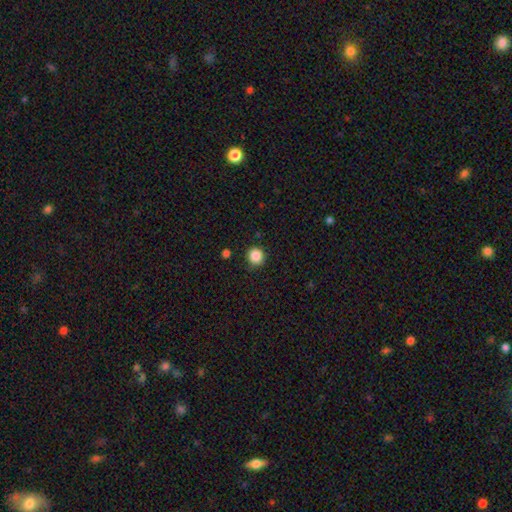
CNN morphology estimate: This appears to be a smooth galaxy with no disk features (86%) that is round (94%). Merging: none (90%).